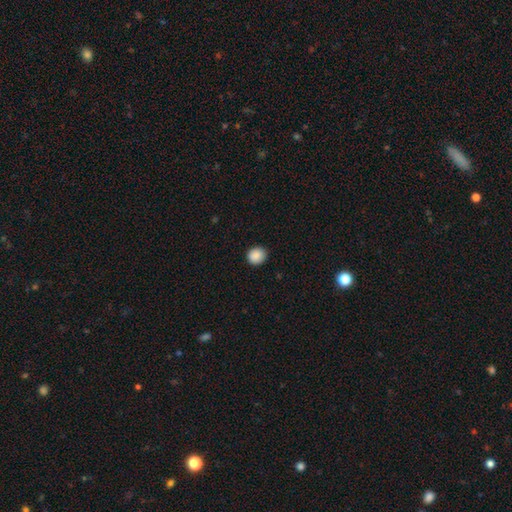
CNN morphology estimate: A smooth galaxy with no disk features (89%) that is round (79%).

Vote fractions:
- Smooth or featured? smooth: 89% / star or artifact: 9% / featured or disk: 3%
- How rounded? round: 79% / in between: 20% / cigar-shaped: 1%
- Merging? none: 89% / minor disturbance: 8% / major disturbance: 2% / merger: 1%